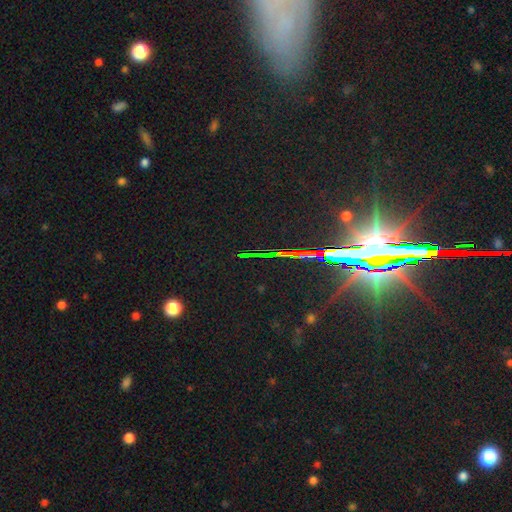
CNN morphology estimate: star or artifact 80%, featured or disk 10%, smooth 10%.